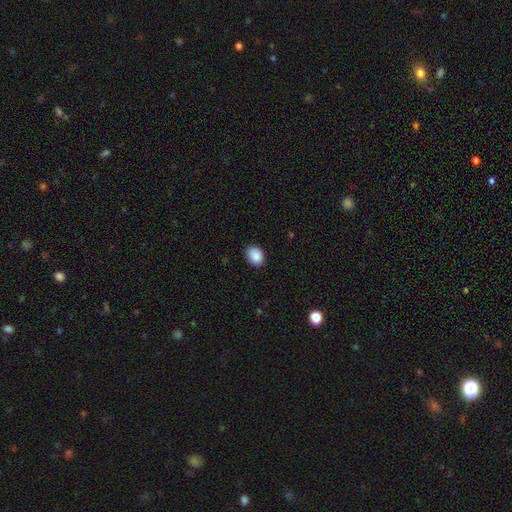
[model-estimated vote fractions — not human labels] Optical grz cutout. It shows a smooth galaxy with no disk features (89%) that is in between round and cigar-shaped (67%). Merging: none (85%).